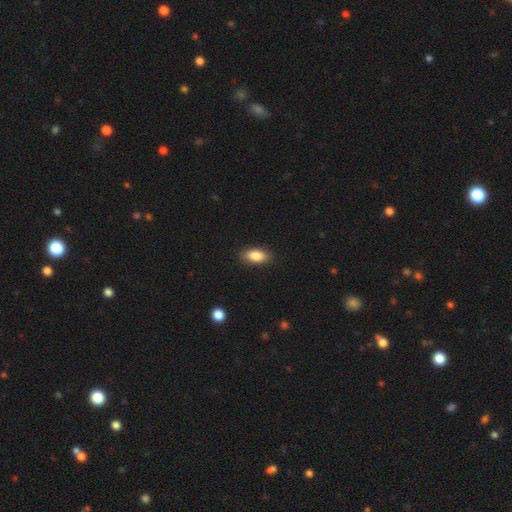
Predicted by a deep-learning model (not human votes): Smooth or featured: smooth — 87% (star or artifact — 7%)
How rounded: in between — 89% (cigar-shaped — 7%)
Merging: none — 88% (minor disturbance — 9%)